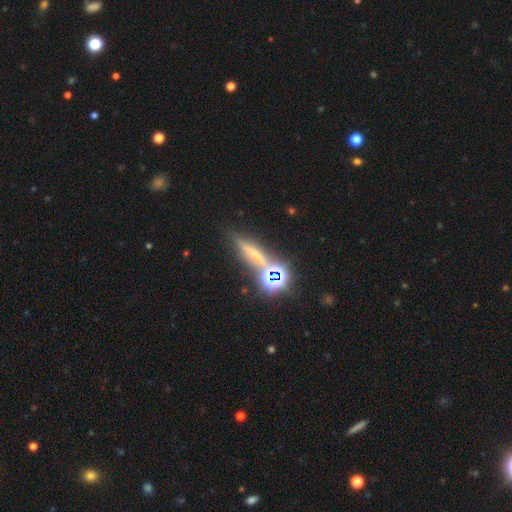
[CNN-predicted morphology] The model was most divided on "smooth or featured": smooth: 35%, star or artifact: 33%, featured or disk: 32%. More confident: merging — none (72%).